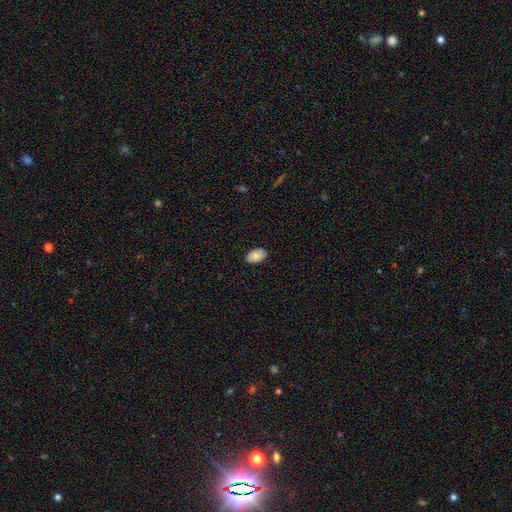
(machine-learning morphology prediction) smooth_or_featured: smooth (p=0.81) [alt: featured or disk p=0.13]
how_rounded: in between (p=0.91) [alt: round p=0.08]
merging: none (p=0.86) [alt: minor disturbance p=0.11]